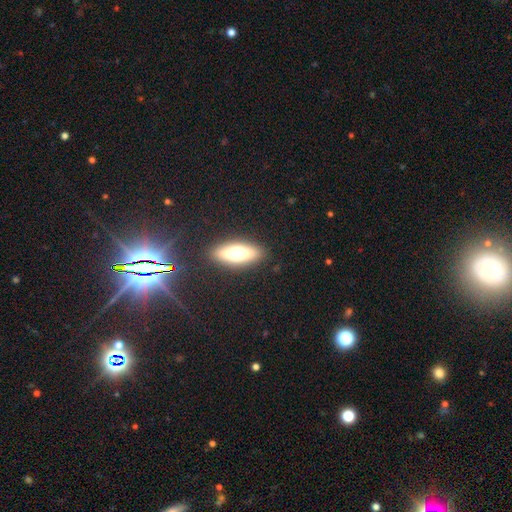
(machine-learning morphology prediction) smooth 52%, featured or disk 27%, star or artifact 21%. Down the decision tree: how rounded — in between (60%); merging — none (88%).